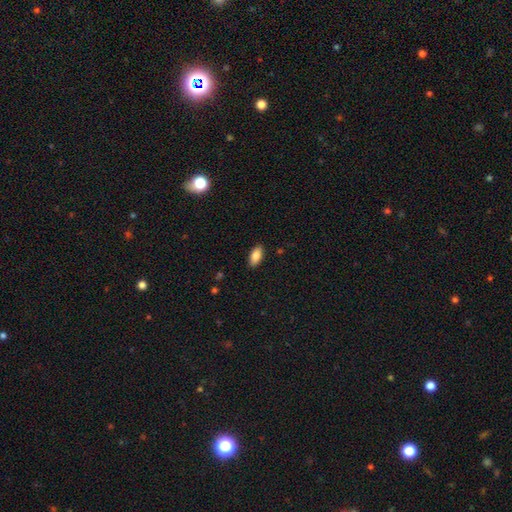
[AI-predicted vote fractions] smooth-or-featured: smooth: 85% | featured or disk: 8% | star or artifact: 7%
  how-rounded: in between: 90% | cigar-shaped: 8% | round: 2%
  merging: none: 88% | minor disturbance: 9% | major disturbance: 2% | merger: 1%